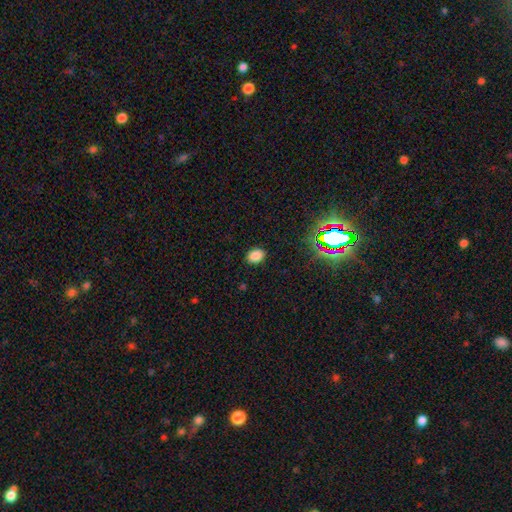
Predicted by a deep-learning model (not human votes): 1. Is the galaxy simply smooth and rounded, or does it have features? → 82% smooth, 14% star or artifact, 4% featured or disk.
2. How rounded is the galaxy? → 77% in between, 22% round, 1% cigar-shaped.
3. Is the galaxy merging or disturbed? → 88% none, 8% minor disturbance, 2% major disturbance, 1% merger.